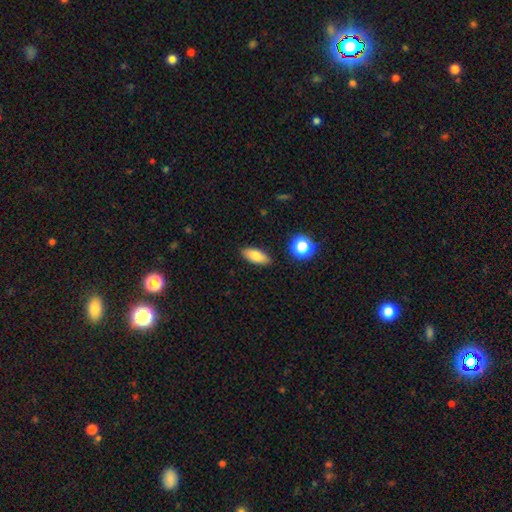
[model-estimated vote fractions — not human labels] Morphology: type=smooth (79%); roundness=in between (80%); merging=none (87%).